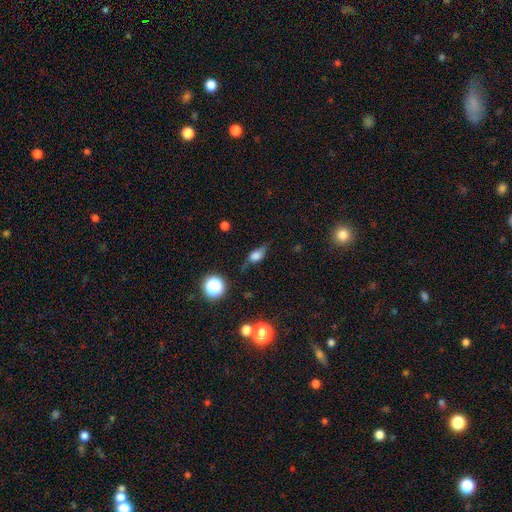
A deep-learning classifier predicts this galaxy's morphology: Q: Smooth or featured?
A: smooth (51%); runner-up: featured or disk (36%)
Q: How rounded?
A: in between (62%); runner-up: round (21%)
Q: Merging?
A: none (65%); runner-up: minor disturbance (24%)